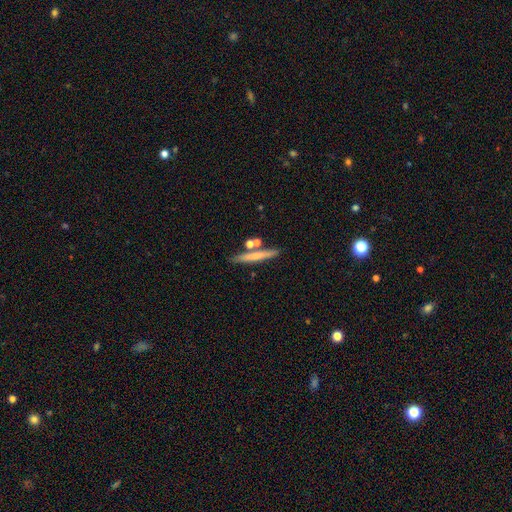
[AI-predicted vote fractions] Smooth or featured? Predicted: smooth (p=0.60). How rounded? Predicted: cigar-shaped (p=0.91). Merging? Predicted: none (p=0.74).